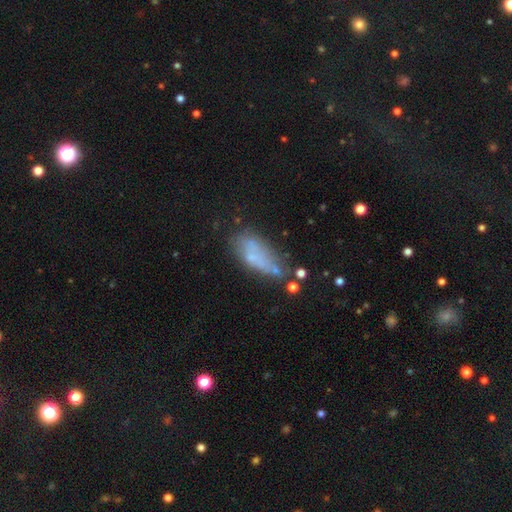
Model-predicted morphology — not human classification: smooth-or-featured: smooth: 50% | featured or disk: 36% | star or artifact: 14%
  merging: none: 34% | minor disturbance: 25% | major disturbance: 24% | merger: 17%